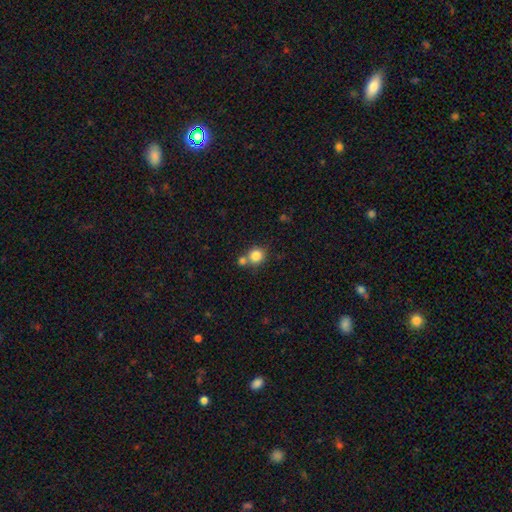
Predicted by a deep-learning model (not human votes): Overall: smooth (83%). How rounded: round (86%). Merging: none (57%; merger 31%).